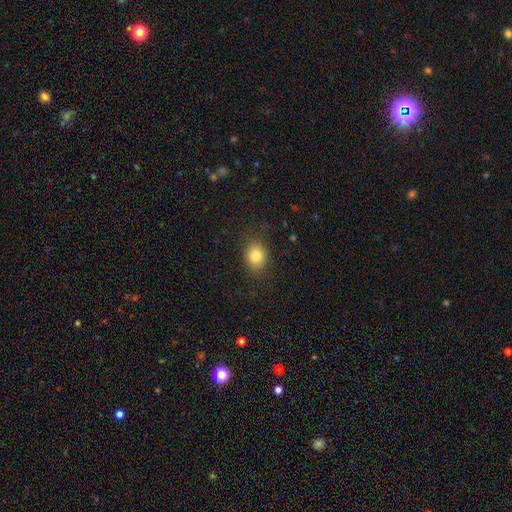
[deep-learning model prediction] A smooth galaxy with no disk features (81%) that is round (54%). Merging: none (84%).